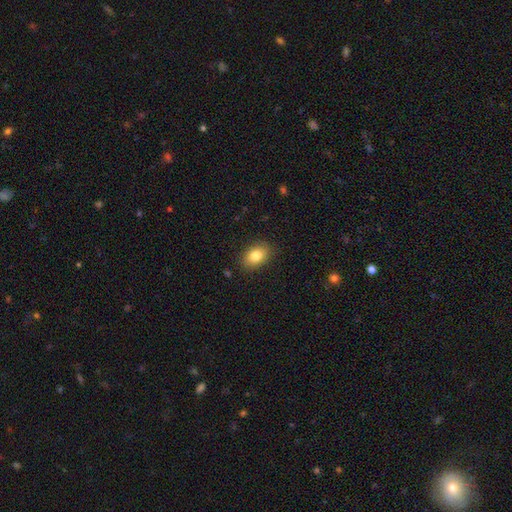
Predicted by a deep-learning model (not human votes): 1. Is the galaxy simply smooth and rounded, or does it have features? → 83% smooth, 9% featured or disk, 8% star or artifact.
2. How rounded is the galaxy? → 84% in between, 15% round, 1% cigar-shaped.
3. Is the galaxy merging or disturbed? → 86% none, 10% minor disturbance, 2% major disturbance, 1% merger.